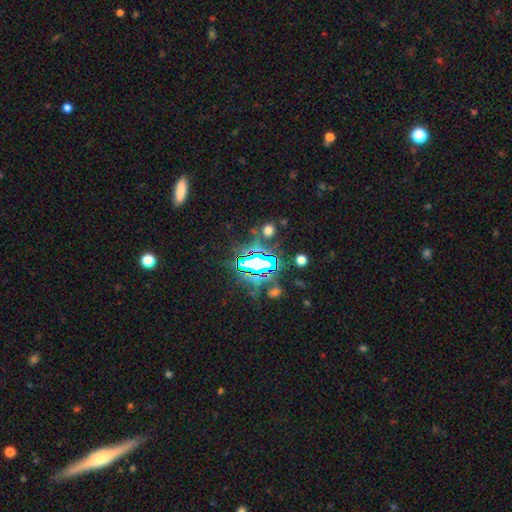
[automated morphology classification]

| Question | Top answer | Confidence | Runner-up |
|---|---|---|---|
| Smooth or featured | star or artifact | 68% | smooth (19%) |